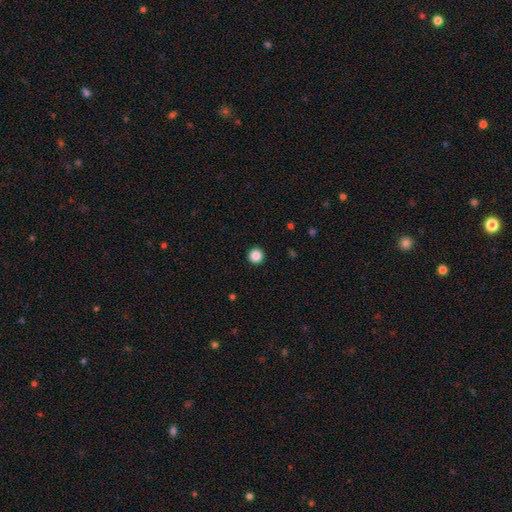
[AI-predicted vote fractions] A smooth galaxy with no disk features (87%) that is round (96%).

Vote fractions:
- Smooth or featured? smooth: 87% / star or artifact: 10% / featured or disk: 3%
- How rounded? round: 96% / in between: 3% / cigar-shaped: 1%
- Merging? none: 94% / minor disturbance: 4% / major disturbance: 1% / merger: 1%